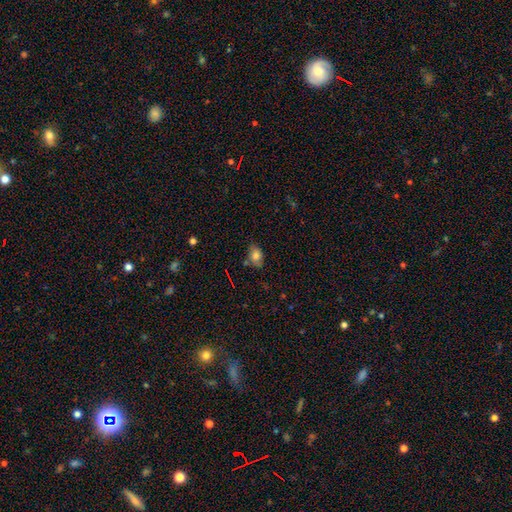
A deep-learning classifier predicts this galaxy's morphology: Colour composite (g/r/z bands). It shows a smooth galaxy with no disk features (78%) that is in between round and cigar-shaped (84%). Merging: none (72%).